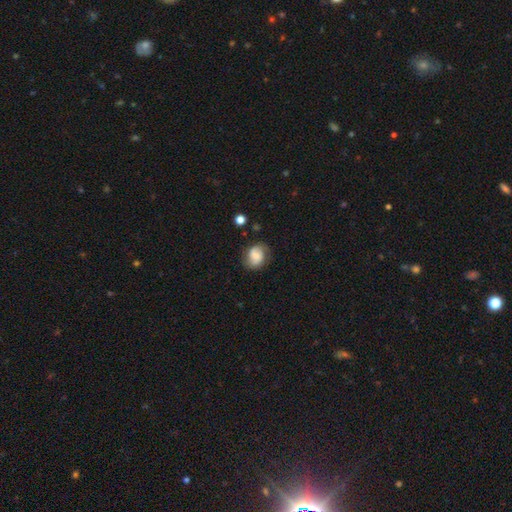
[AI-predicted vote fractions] The model was most divided on "smooth or featured": featured or disk: 51%, smooth: 41%, star or artifact: 9%. More confident: edge-on disk — no (97%); merging — none (74%).